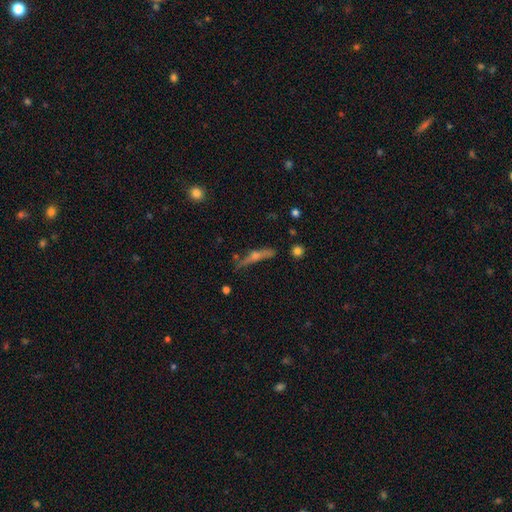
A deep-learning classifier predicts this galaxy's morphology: Smooth or featured? Predicted: featured or disk (p=0.61). Edge-on disk? Predicted: yes (p=0.91). Edge-on bulge? Predicted: rounded (p=0.80). Merging? Predicted: none (p=0.69).